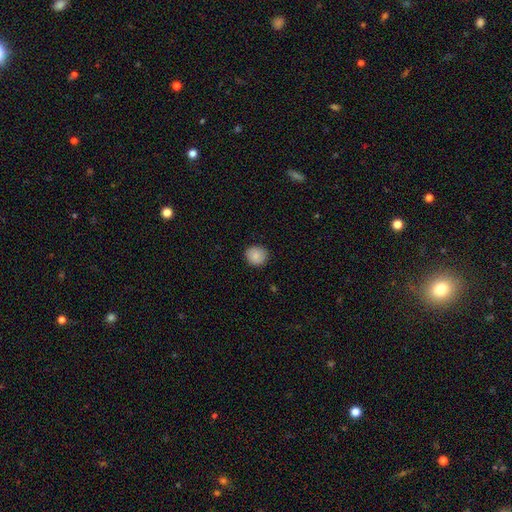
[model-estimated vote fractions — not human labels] This appears to be a smooth galaxy with no disk features (88%) that is round (89%). Merging: none (89%).